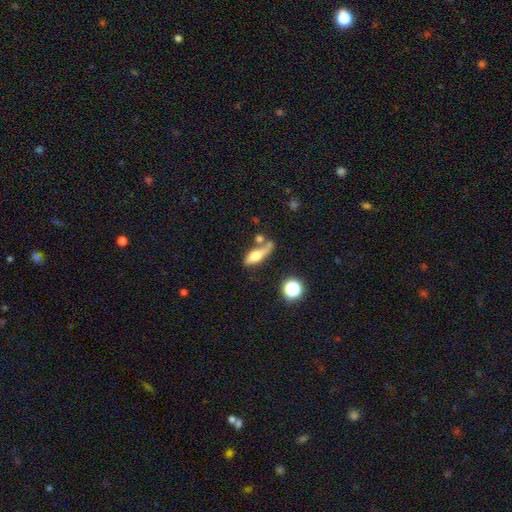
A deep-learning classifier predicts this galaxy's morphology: Overall: smooth (53%; featured or disk 37%). How rounded: in between (53%; cigar-shaped 39%). Merging: none (45%; merger 24%).